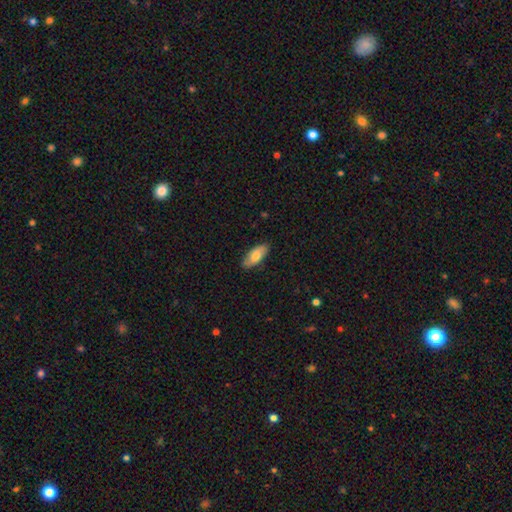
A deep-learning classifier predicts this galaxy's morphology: This is likely a smooth galaxy (69%). How rounded: clearly in between (85%). Merging: clearly none (85%).